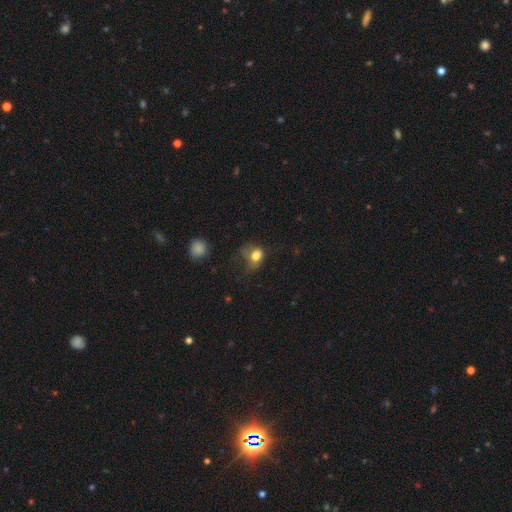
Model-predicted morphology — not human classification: Smooth or featured: smooth — 74% (featured or disk — 15%)
How rounded: in between — 51% (round — 47%)
Merging: major disturbance — 41% (none — 29%)